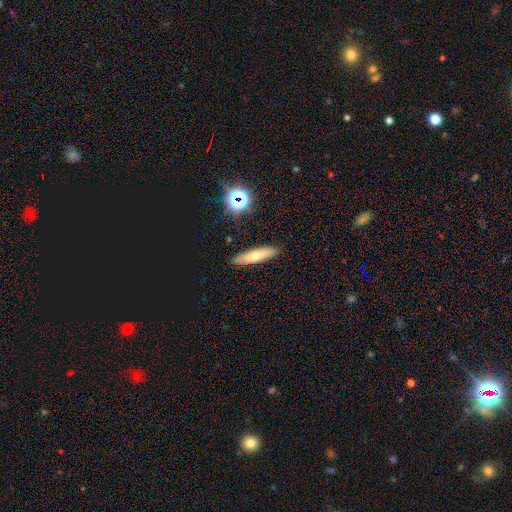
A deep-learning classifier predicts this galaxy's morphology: This is likely a smooth galaxy (66%). How rounded: likely cigar-shaped (77%). Merging: clearly none (89%).